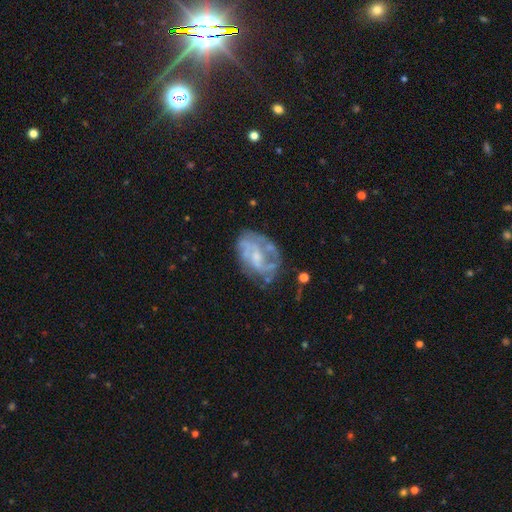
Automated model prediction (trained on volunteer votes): This is likely a featured or disk galaxy (77%). It is clearly not viewed edge-on (97%). Bar: possibly no (56%). Spiral arm pattern: likely yes (77%). Spiral arm count: marginally 2 (39%). Spiral winding: marginally medium (43%). Central bulge: possibly small (51%). Merging: possibly none (57%).